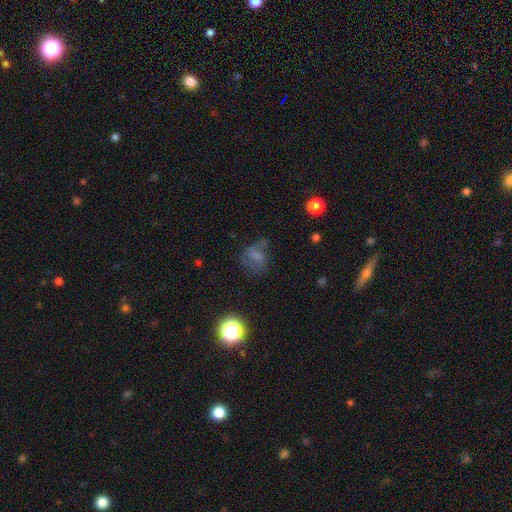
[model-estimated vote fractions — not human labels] Smooth or featured?
  - smooth: 52% *
  - featured or disk: 27%
  - star or artifact: 21%
How rounded?
  - in between: 59% *
  - round: 38%
  - cigar-shaped: 3%
Merging?
  - none: 41% *
  - major disturbance: 31%
  - minor disturbance: 23%
  - merger: 5%